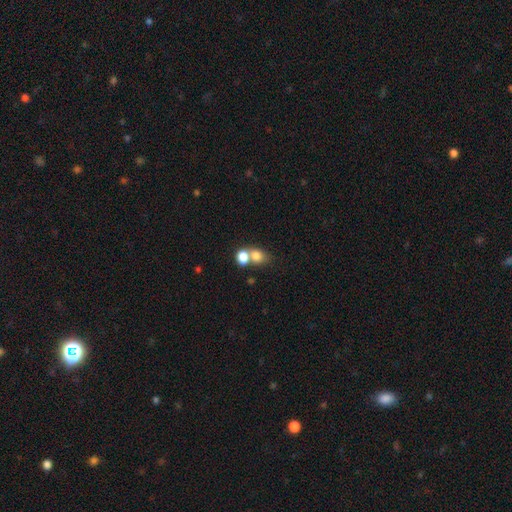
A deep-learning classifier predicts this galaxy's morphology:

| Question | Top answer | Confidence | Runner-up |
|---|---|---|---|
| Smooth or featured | smooth | 78% | star or artifact (11%) |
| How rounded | round | 52% | in between (47%) |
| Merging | merger | 53% | none (35%) |